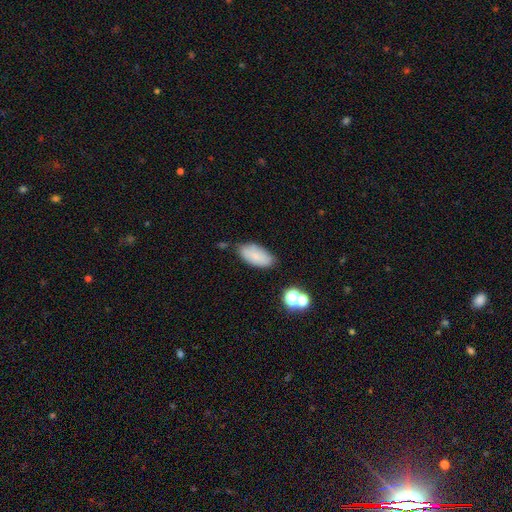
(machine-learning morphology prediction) Smooth or featured? smooth (78%)
How rounded? in between (92%)
Merging? none (69%)